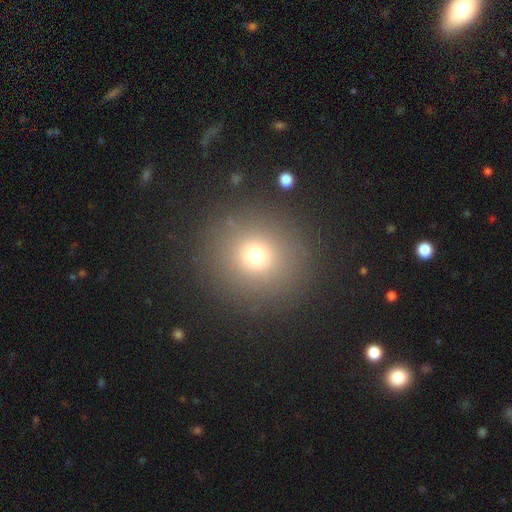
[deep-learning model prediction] smooth 70%, star or artifact 20%, featured or disk 10%. Down the decision tree: how rounded — round (89%); merging — none (88%).